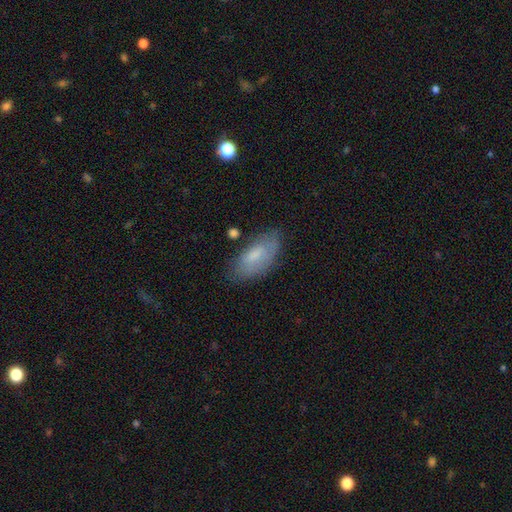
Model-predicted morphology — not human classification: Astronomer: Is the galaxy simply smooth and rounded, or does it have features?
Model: smooth — 67%.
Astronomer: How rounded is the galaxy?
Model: in between — 88%.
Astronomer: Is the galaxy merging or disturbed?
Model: none — 70%.